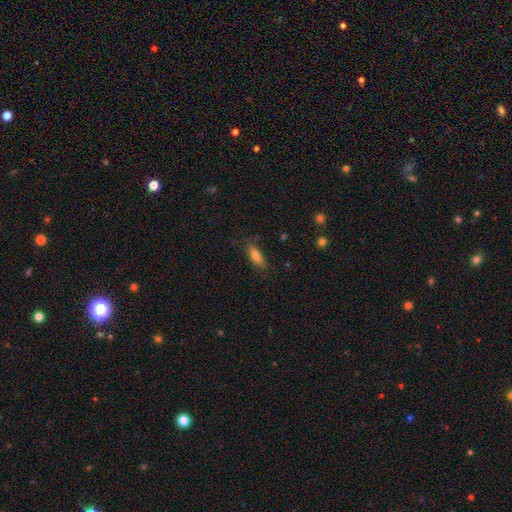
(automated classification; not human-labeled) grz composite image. It shows a smooth galaxy with no disk features (76%) that is in between round and cigar-shaped (60%). Merging: none (79%).